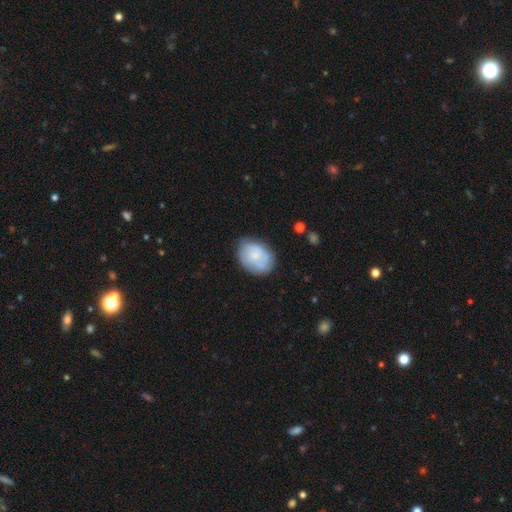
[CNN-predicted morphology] A smooth galaxy with no disk features (61%) that is in between round and cigar-shaped (68%). Merging: none (68%).